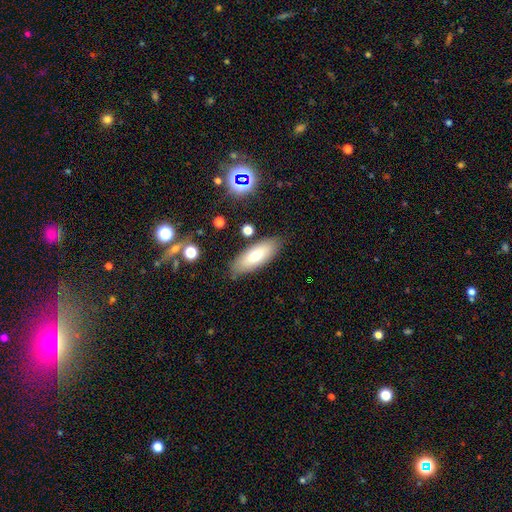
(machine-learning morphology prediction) A smooth galaxy with no disk features (71%) that is in between round and cigar-shaped (74%).

Vote fractions:
- Smooth or featured? smooth: 71% / featured or disk: 22% / star or artifact: 7%
- How rounded? in between: 74% / cigar-shaped: 24% / round: 2%
- Merging? none: 83% / minor disturbance: 12% / major disturbance: 3% / merger: 3%